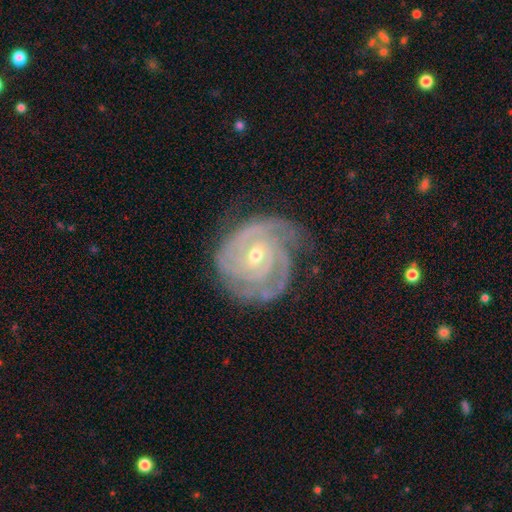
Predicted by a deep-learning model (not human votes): smooth_or_featured: featured or disk (p=0.91) [alt: star or artifact p=0.05]
disk_edge_on: no (p=0.98) [alt: yes p=0.02]
bar: no (p=0.57) [alt: weak p=0.33]
has_spiral_arms: yes (p=0.98) [alt: no p=0.02]
spiral_winding: tight (p=0.79) [alt: medium p=0.19]
spiral_arm_count: 3 (p=0.37) [alt: 2 p=0.22]
bulge_size: small (p=0.53) [alt: moderate p=0.44]
merging: none (p=0.72) [alt: minor disturbance p=0.20]